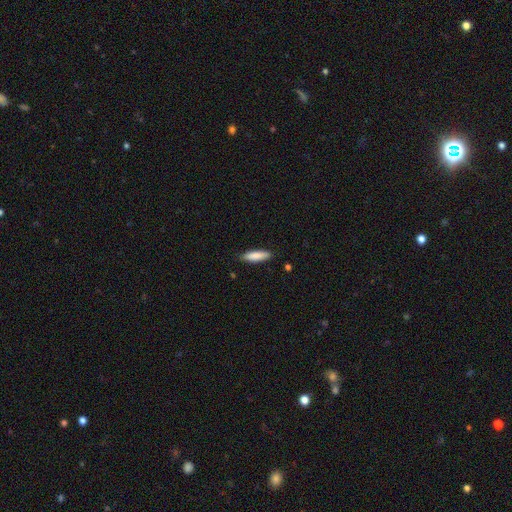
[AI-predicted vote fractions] This appears to be a smooth galaxy with no disk features (85%) that is cigar-shaped (65%). Merging: none (86%).